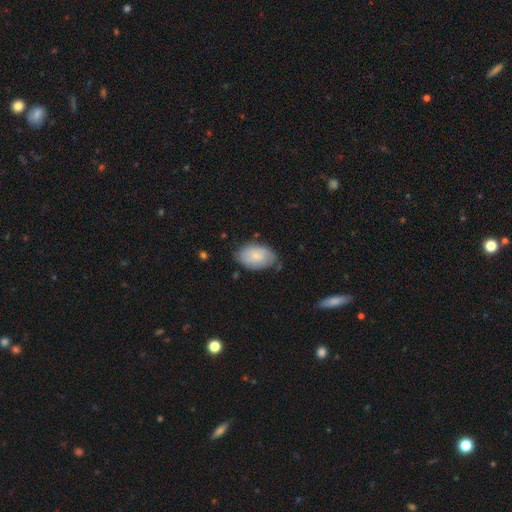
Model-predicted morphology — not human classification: Smooth or featured? Predicted: smooth (p=0.66). How rounded? Predicted: in between (p=0.90). Merging? Predicted: none (p=0.64).